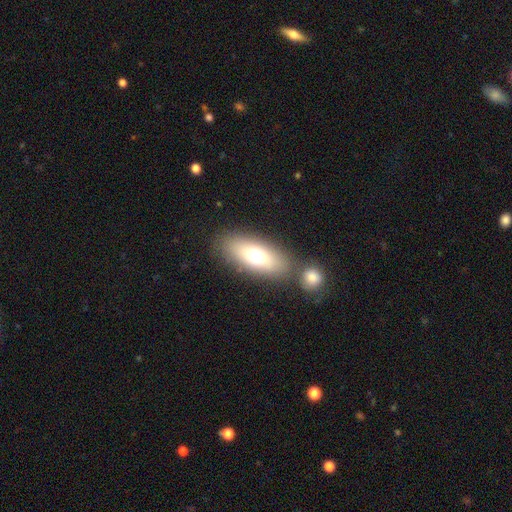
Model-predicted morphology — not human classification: A smooth galaxy with no disk features (69%) that is in between round and cigar-shaped (81%).

Vote fractions:
- Smooth or featured? smooth: 69% / featured or disk: 22% / star or artifact: 9%
- How rounded? in between: 81% / cigar-shaped: 13% / round: 6%
- Merging? none: 70% / merger: 17% / minor disturbance: 10% / major disturbance: 4%